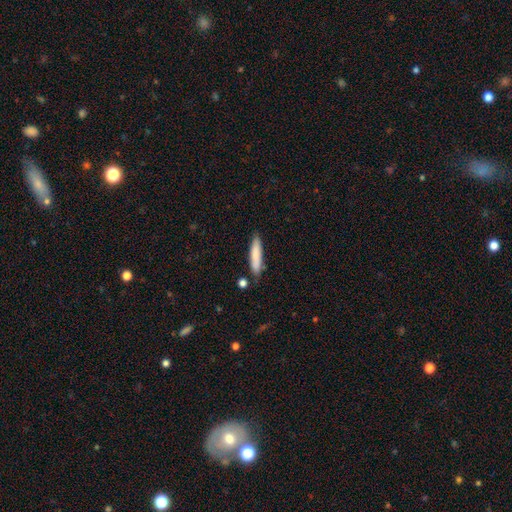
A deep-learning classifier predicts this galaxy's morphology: A smooth galaxy with no disk features (82%) that is cigar-shaped (82%).

Vote fractions:
- Smooth or featured? smooth: 82% / featured or disk: 12% / star or artifact: 6%
- How rounded? cigar-shaped: 82% / in between: 17% / round: 1%
- Merging? none: 80% / minor disturbance: 13% / merger: 4% / major disturbance: 3%